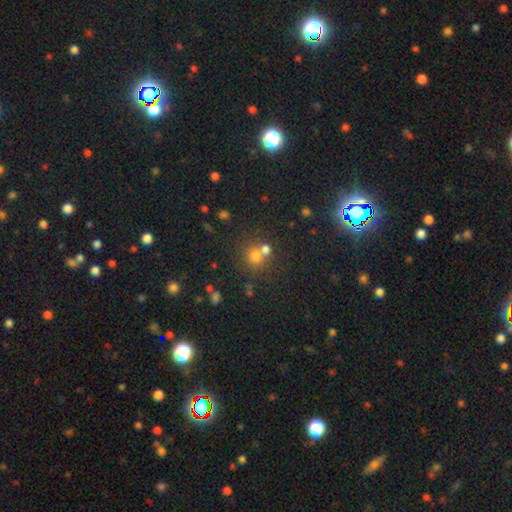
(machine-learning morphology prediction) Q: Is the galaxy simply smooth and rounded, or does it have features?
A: smooth — 62%.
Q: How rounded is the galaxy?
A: round — 81%.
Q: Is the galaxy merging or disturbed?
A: none — 52%.